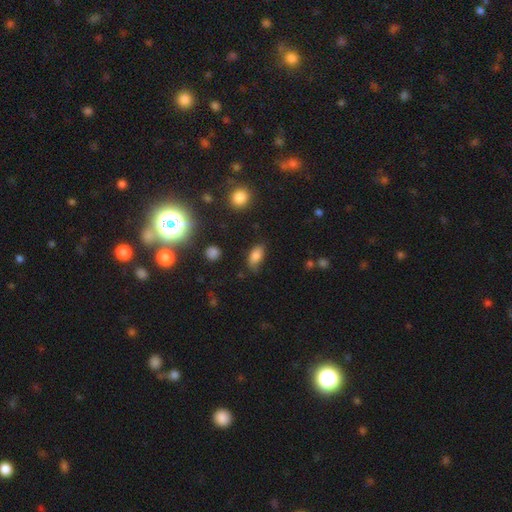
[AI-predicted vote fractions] Morphology: type=smooth (80%); roundness=in between (88%); merging=none (66%).